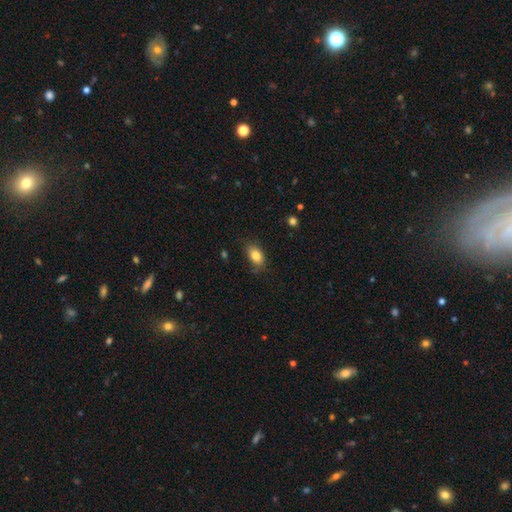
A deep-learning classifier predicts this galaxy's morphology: smooth-or-featured: smooth: 83% | featured or disk: 9% | star or artifact: 8%
  how-rounded: in between: 87% | round: 11% | cigar-shaped: 2%
  merging: none: 73% | minor disturbance: 21% | major disturbance: 5% | merger: 1%